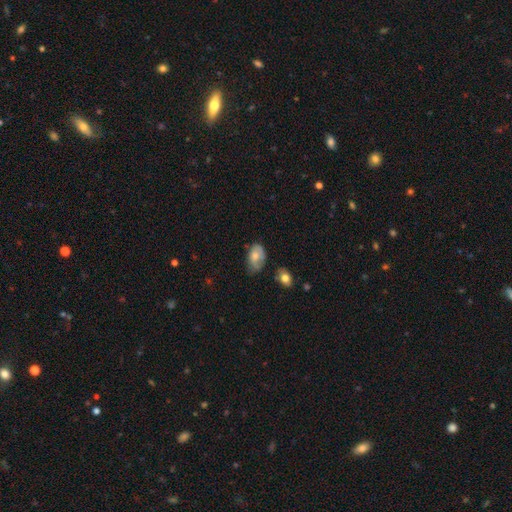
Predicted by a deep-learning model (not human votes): Smooth or featured?
  - smooth: 67% *
  - featured or disk: 26%
  - star or artifact: 7%
How rounded?
  - in between: 90% *
  - round: 8%
  - cigar-shaped: 2%
Merging?
  - none: 44% *
  - minor disturbance: 39%
  - major disturbance: 14%
  - merger: 4%